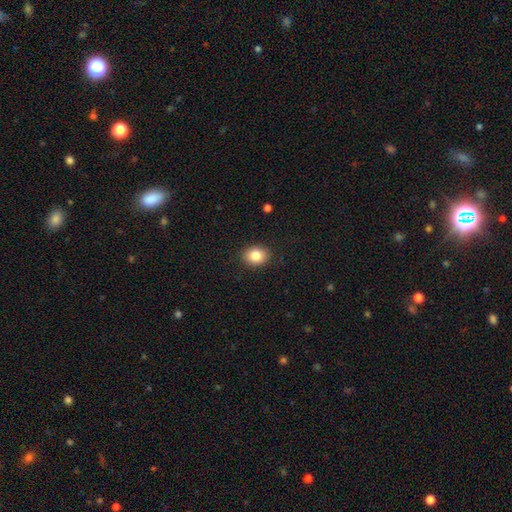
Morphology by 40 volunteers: smooth 85%, featured or disk 10%, star or artifact 5%. Down the decision tree: how rounded — in between (53%); merging — none (89%).